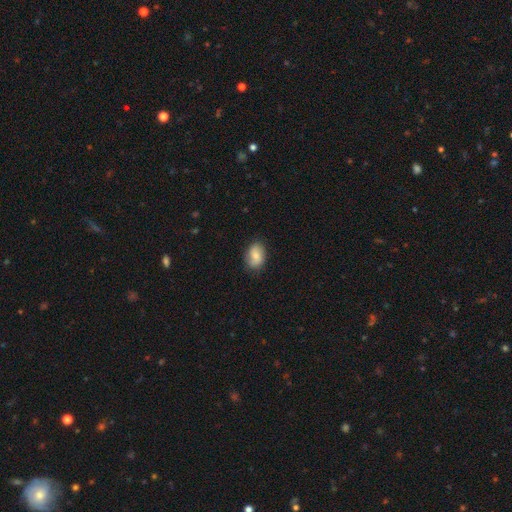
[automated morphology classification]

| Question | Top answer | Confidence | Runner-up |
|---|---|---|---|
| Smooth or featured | smooth | 75% | featured or disk (18%) |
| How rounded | in between | 83% | round (16%) |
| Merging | none | 79% | minor disturbance (17%) |